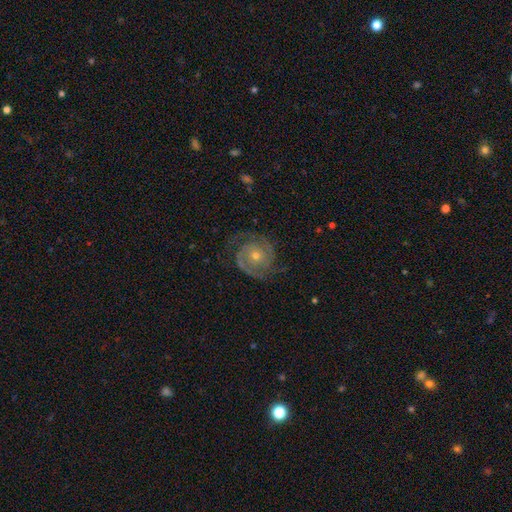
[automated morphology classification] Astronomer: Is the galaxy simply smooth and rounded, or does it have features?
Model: featured or disk — 88%.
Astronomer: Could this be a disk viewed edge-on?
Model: no — 98%.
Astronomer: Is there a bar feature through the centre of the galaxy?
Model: no — 76%.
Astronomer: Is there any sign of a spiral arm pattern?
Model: yes — 97%.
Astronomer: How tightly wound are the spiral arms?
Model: tight — 59% (runner-up: medium, 34%).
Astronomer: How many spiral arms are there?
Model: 2 — 75%.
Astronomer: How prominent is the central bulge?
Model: small — 52% (runner-up: moderate, 44%).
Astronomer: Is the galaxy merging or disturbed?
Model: none — 77%.